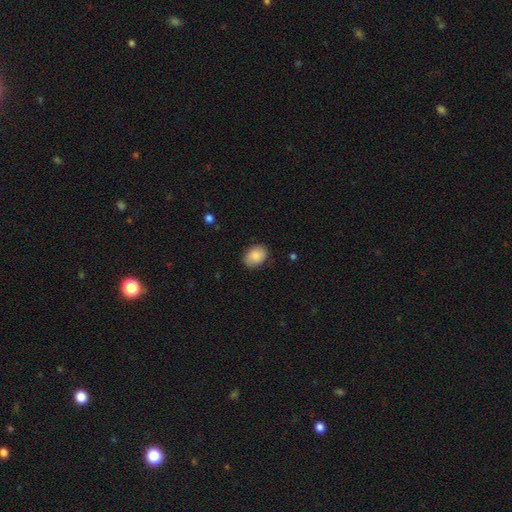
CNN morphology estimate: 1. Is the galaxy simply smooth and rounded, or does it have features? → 85% smooth, 8% featured or disk, 7% star or artifact.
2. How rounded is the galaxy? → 65% in between, 34% round, 1% cigar-shaped.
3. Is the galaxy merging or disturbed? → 79% none, 17% minor disturbance, 3% major disturbance, 1% merger.